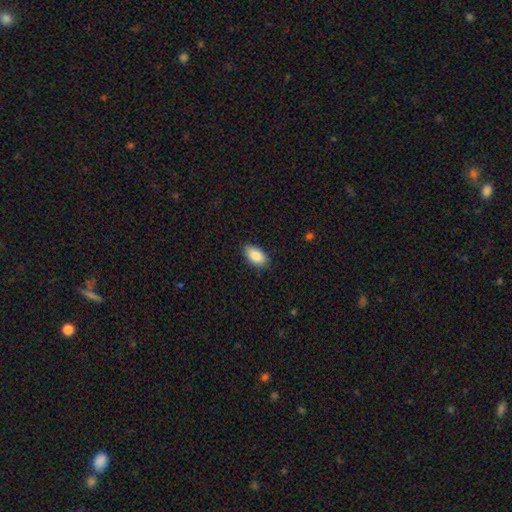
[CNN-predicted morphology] This appears to be a smooth galaxy with no disk features (88%) that is in between round and cigar-shaped (94%). Merging: none (86%).